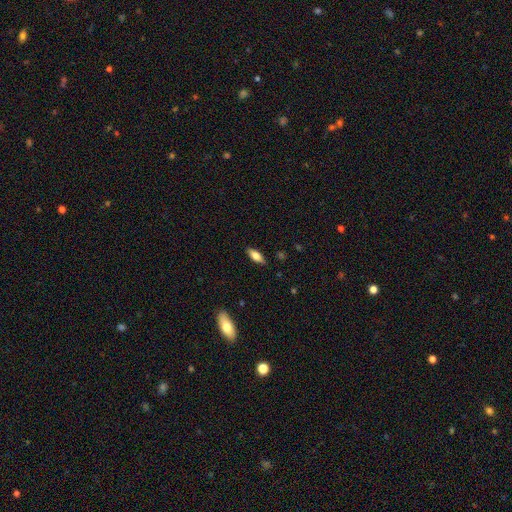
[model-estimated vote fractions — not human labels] Smooth or featured?
  - smooth: 72% *
  - featured or disk: 21%
  - star or artifact: 7%
How rounded?
  - in between: 72% *
  - cigar-shaped: 26%
  - round: 2%
Merging?
  - none: 87% *
  - minor disturbance: 10%
  - major disturbance: 2%
  - merger: 1%